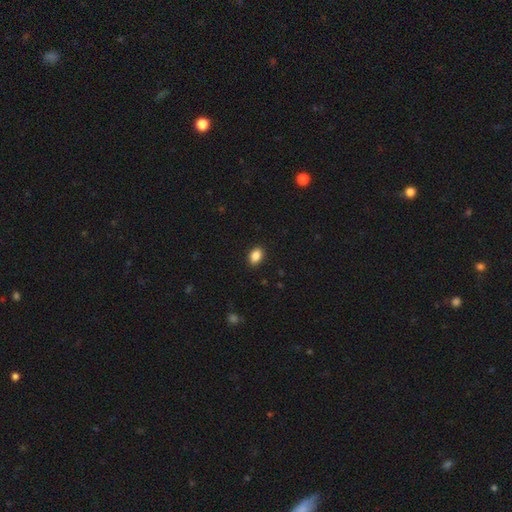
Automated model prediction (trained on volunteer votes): Smooth or featured?
  - smooth: 87% *
  - star or artifact: 9%
  - featured or disk: 4%
How rounded?
  - in between: 83% *
  - round: 15%
  - cigar-shaped: 2%
Merging?
  - none: 89% *
  - minor disturbance: 8%
  - major disturbance: 2%
  - merger: 1%